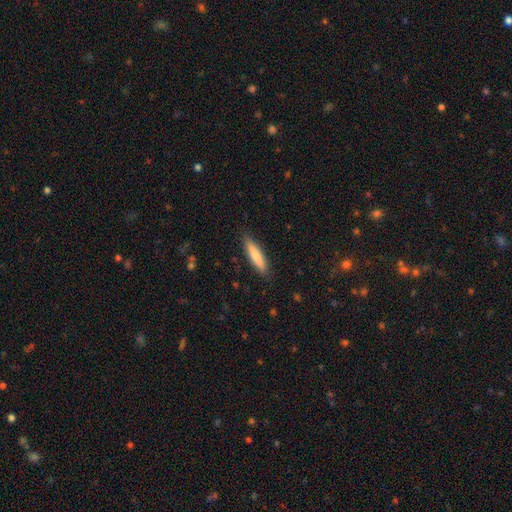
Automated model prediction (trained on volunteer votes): smooth 78%, featured or disk 16%, star or artifact 6%. Down the decision tree: how rounded — cigar-shaped (81%); merging — none (87%).